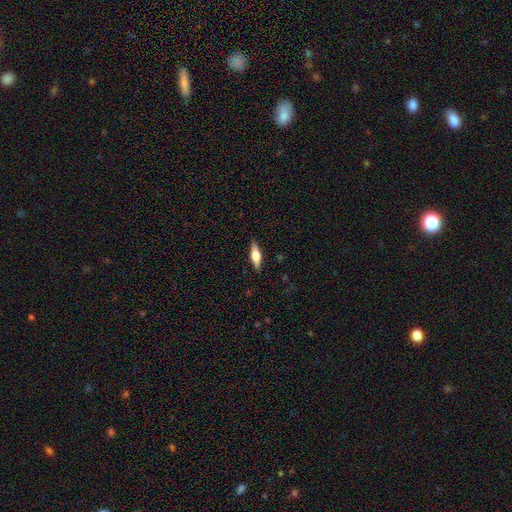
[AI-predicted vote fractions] Morphology: type=featured or disk (50%); merging=none (88%).